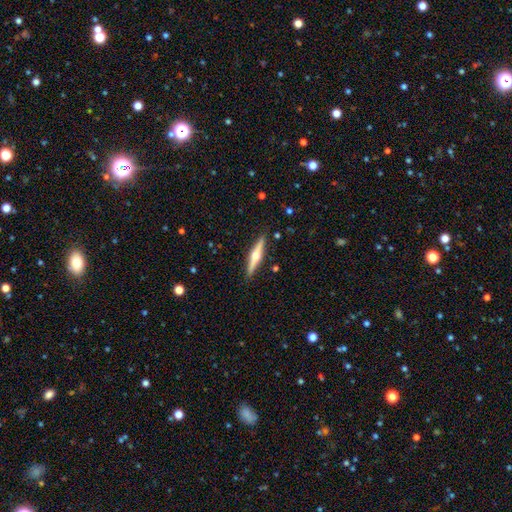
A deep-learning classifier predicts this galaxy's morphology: Overall: featured or disk (66%; smooth 28%). Edge-on disk: yes (97%). Edge-on bulge: rounded (93%). Merging: none (89%).